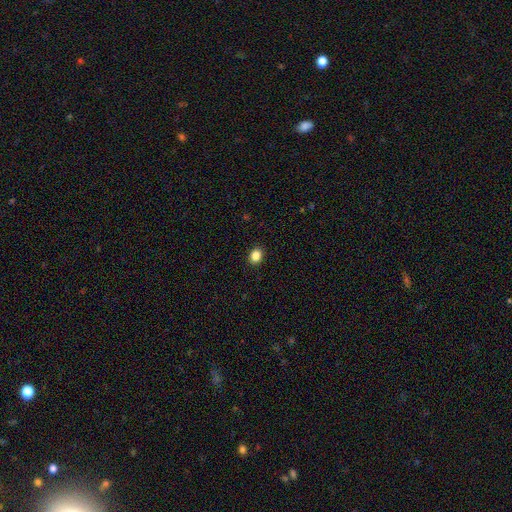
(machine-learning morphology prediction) type=smooth (86%); roundness=round (56%); merging=none (92%).